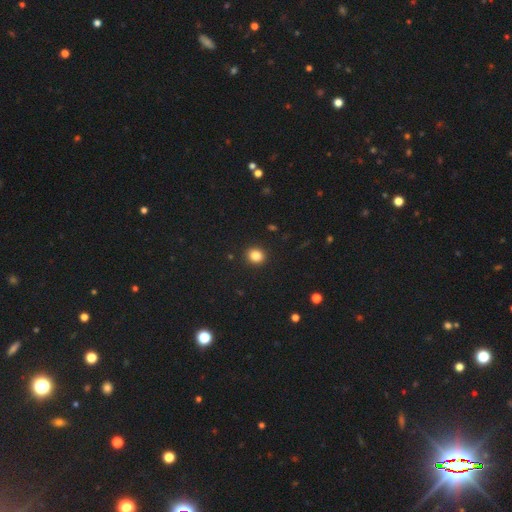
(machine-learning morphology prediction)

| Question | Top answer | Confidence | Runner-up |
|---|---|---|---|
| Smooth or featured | smooth | 84% | star or artifact (11%) |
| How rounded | round | 79% | in between (21%) |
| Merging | none | 92% | minor disturbance (5%) |